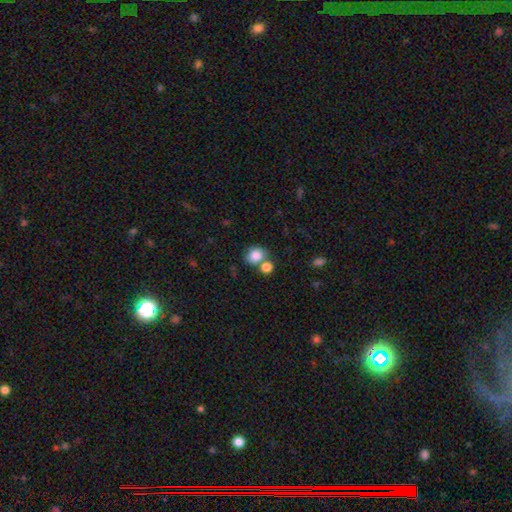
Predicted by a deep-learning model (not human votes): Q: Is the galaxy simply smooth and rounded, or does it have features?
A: smooth — 84%.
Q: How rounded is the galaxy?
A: round — 70%.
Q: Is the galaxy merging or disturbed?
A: none — 54%.